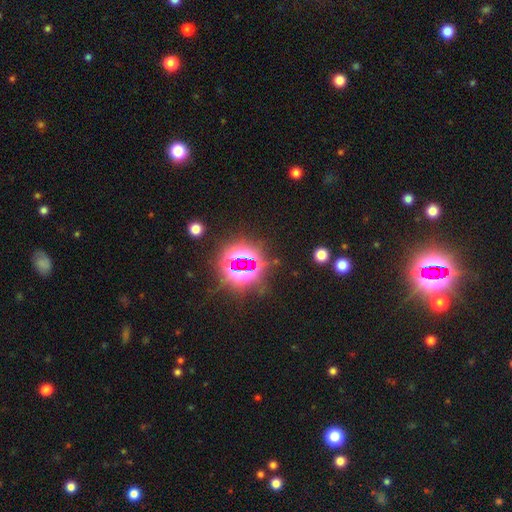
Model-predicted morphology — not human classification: A star or artifact, not a galaxy (82%).

Vote fractions:
- Smooth or featured? star or artifact: 82% / smooth: 11% / featured or disk: 7%